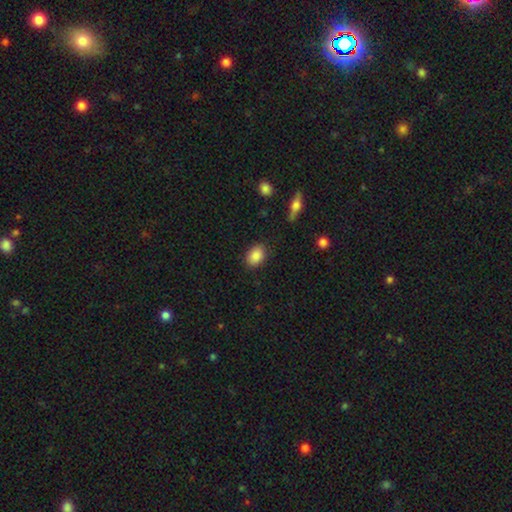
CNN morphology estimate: The model was most divided on "how rounded": in between: 78%, round: 20%, cigar-shaped: 1%. More confident: smooth or featured — smooth (86%); merging — none (86%).